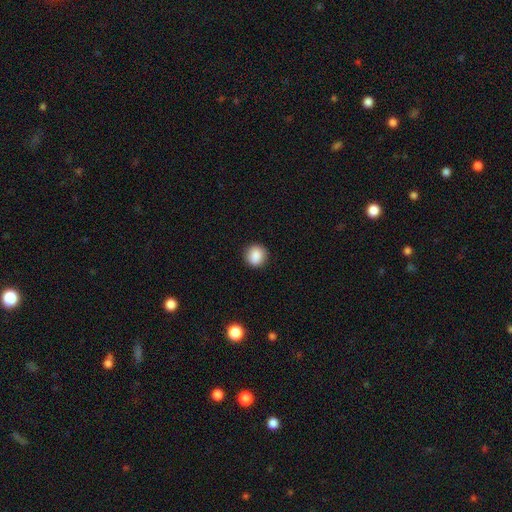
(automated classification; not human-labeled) smooth-or-featured: smooth: 88% | star or artifact: 8% | featured or disk: 3%
  how-rounded: round: 90% | in between: 9% | cigar-shaped: 1%
  merging: none: 91% | minor disturbance: 6% | major disturbance: 2% | merger: 1%